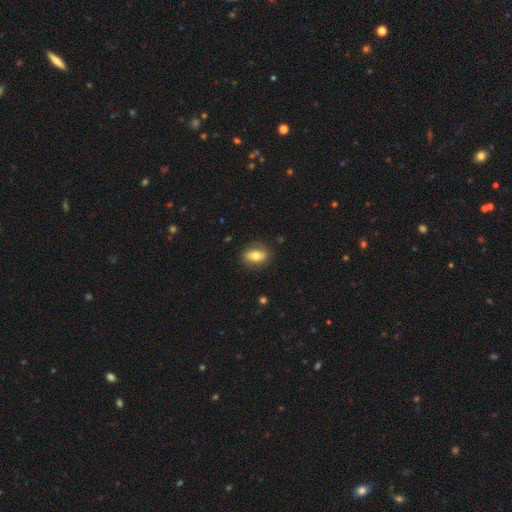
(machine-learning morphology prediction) smooth 65%, featured or disk 27%, star or artifact 8%. Down the decision tree: how rounded — in between (78%); merging — none (77%).